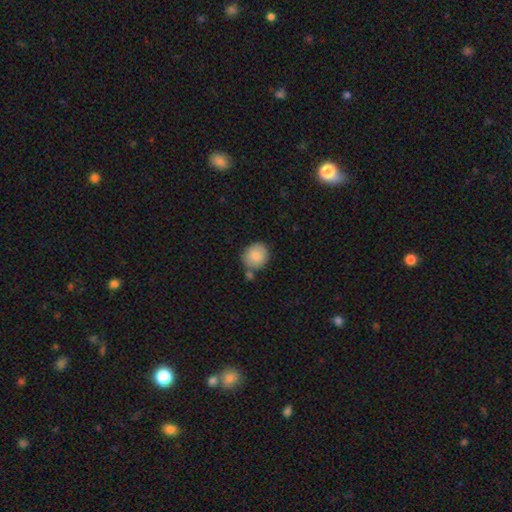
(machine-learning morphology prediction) A smooth galaxy with no disk features (87%) that is round (77%). Merging: none (68%).